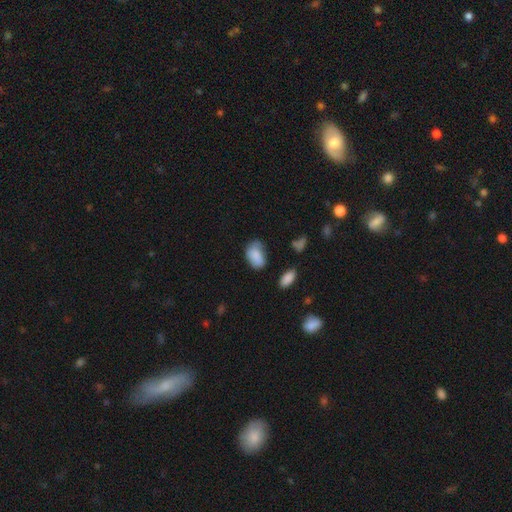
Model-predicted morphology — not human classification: This is clearly a smooth galaxy (85%). How rounded: clearly in between (89%). Merging: possibly none (55%).